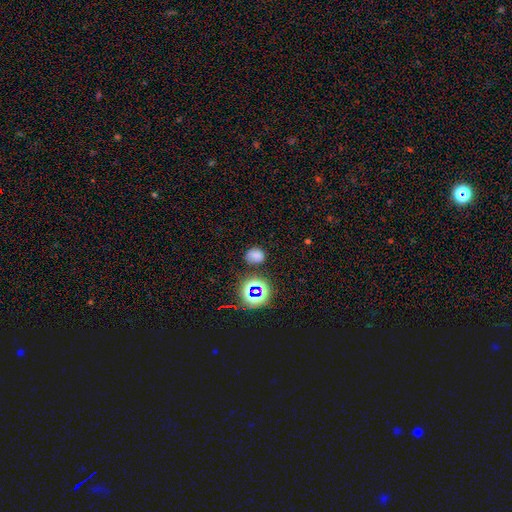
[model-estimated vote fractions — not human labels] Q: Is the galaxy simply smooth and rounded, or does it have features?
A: smooth — 67%.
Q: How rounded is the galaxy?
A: round — 60%.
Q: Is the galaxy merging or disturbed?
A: none — 74%.